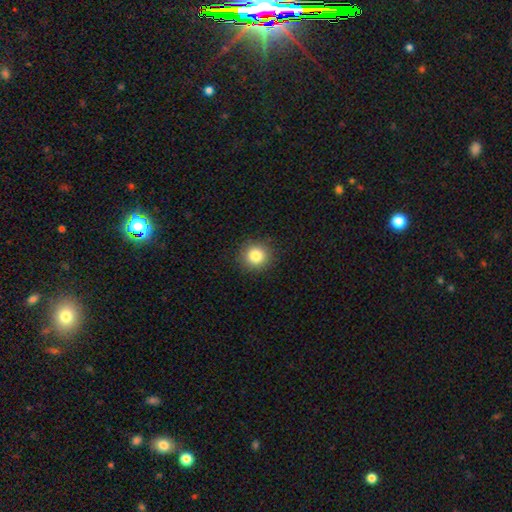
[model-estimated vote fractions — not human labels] This is clearly a smooth galaxy (83%). How rounded: clearly round (91%). Merging: clearly none (91%).